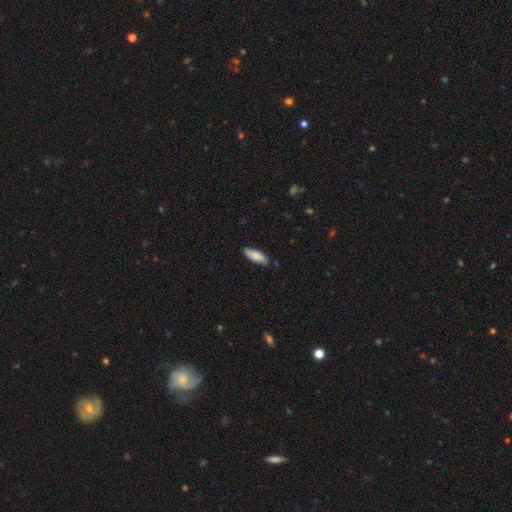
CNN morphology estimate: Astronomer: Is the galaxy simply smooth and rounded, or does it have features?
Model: smooth — 84%.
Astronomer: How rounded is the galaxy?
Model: in between — 66%.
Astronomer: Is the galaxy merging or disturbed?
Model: none — 84%.